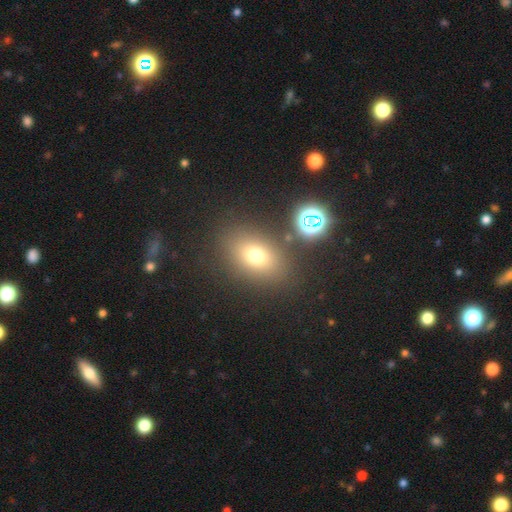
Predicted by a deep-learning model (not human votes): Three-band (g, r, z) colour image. It shows a smooth galaxy with no disk features (71%) that is in between round and cigar-shaped (73%). Merging: none (81%).